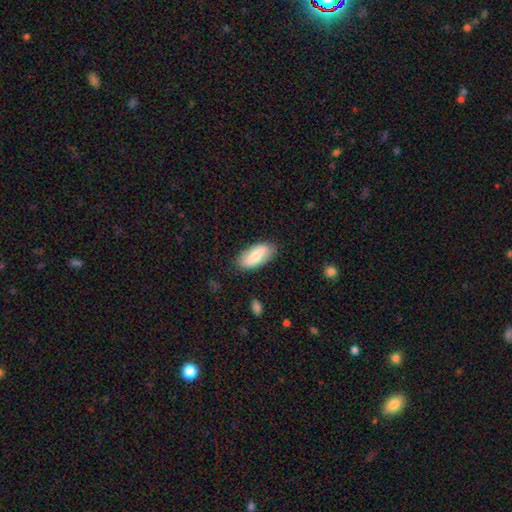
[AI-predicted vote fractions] A smooth galaxy with no disk features (68%) that is in between round and cigar-shaped (85%). Merging: none (83%).